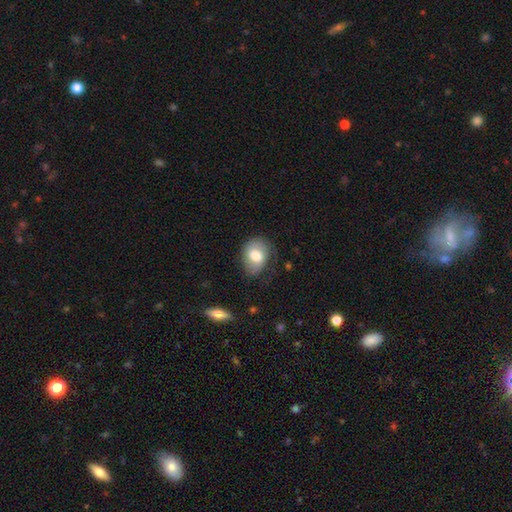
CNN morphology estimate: Smooth or featured? smooth (68%)
How rounded? in between (60%)
Merging? none (61%)